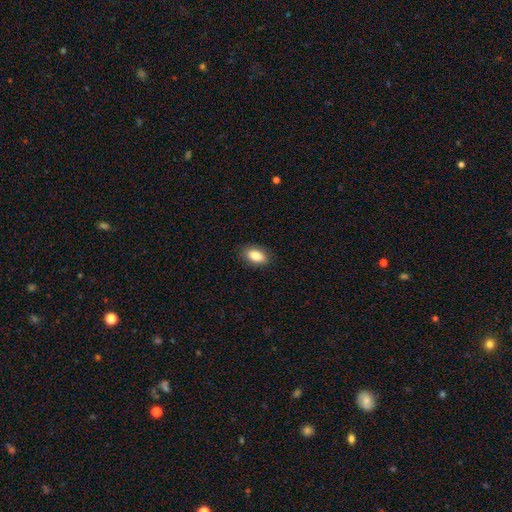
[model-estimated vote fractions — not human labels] Smooth or featured? smooth (86%)
How rounded? in between (91%)
Merging? none (88%)